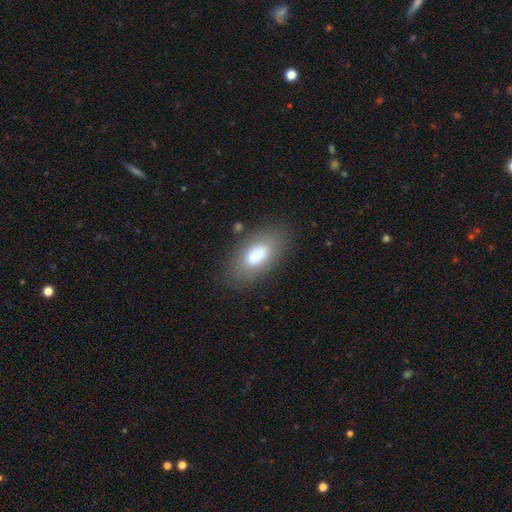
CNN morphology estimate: The model was most divided on "smooth or featured": smooth: 73%, featured or disk: 18%, star or artifact: 9%. More confident: how rounded — in between (90%); merging — none (80%).